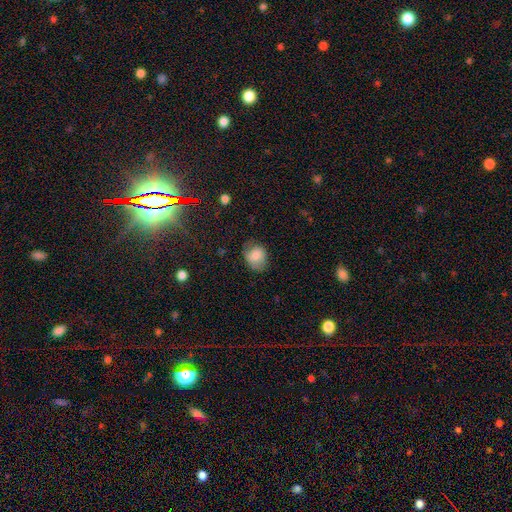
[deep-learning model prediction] Smooth or featured? Predicted: smooth (p=0.79). How rounded? Predicted: round (p=0.50). Merging? Predicted: none (p=0.65).